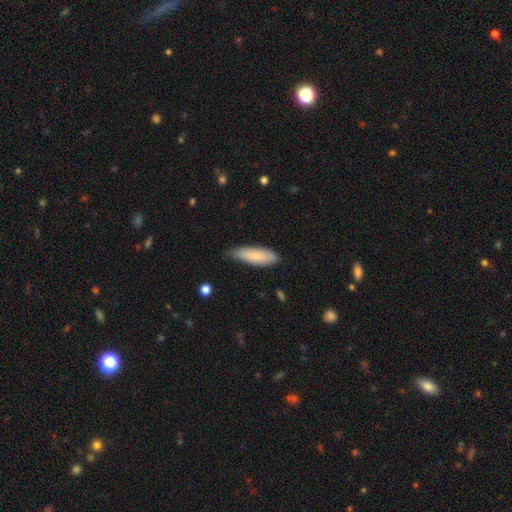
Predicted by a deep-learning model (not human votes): A smooth galaxy with no disk features (78%) that is in between round and cigar-shaped (57%).

Vote fractions:
- Smooth or featured? smooth: 78% / featured or disk: 16% / star or artifact: 6%
- How rounded? in between: 57% / cigar-shaped: 41% / round: 2%
- Merging? none: 65% / minor disturbance: 29% / major disturbance: 4% / merger: 1%